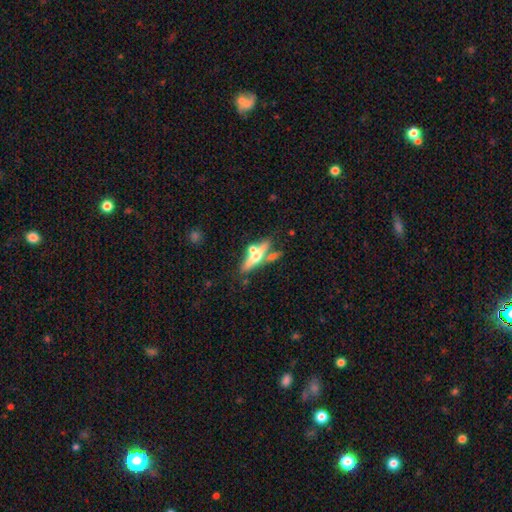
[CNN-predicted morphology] Smooth or featured? Predicted: featured or disk (p=0.60). Edge-on disk? Predicted: yes (p=0.90). Edge-on bulge? Predicted: rounded (p=0.92). Merging? Predicted: none (p=0.56).